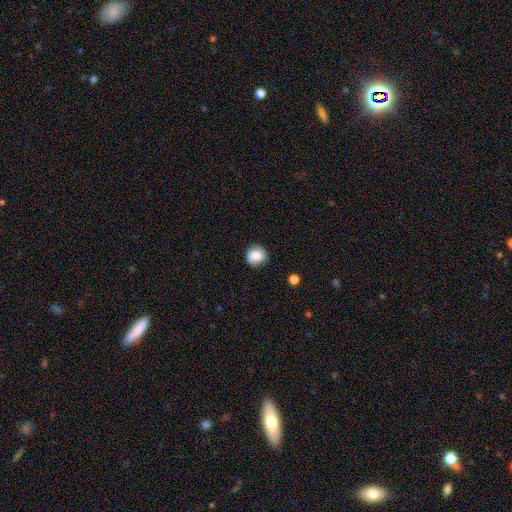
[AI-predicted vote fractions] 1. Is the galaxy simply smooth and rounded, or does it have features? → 73% smooth, 18% featured or disk, 9% star or artifact.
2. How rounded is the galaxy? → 80% round, 19% in between, 1% cigar-shaped.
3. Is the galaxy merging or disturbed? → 69% none, 22% minor disturbance, 7% major disturbance, 2% merger.